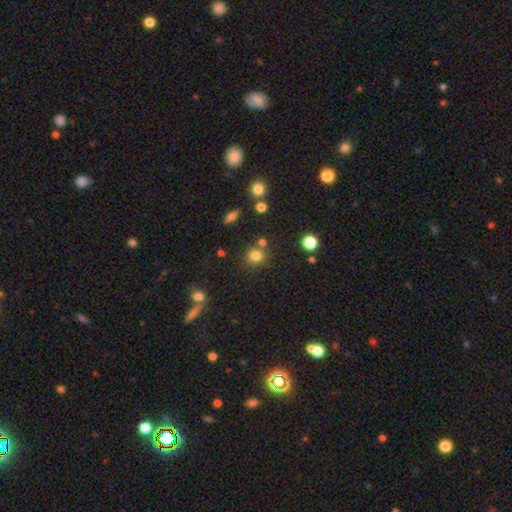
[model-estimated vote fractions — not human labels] The model was most divided on "merging": none: 71%, merger: 14%, minor disturbance: 11%, major disturbance: 4%. More confident: how rounded — round (84%); smooth or featured — smooth (78%).